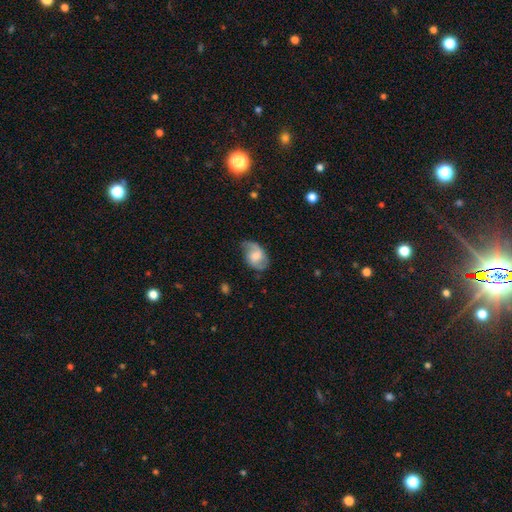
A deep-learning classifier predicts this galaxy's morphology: This is likely a featured or disk galaxy (62%). It is clearly not viewed edge-on (97%). Bar: possibly weak (46%). Spiral arm pattern: clearly yes (90%). Spiral arm count: likely 2 (77%). Spiral winding: marginally loose (43%). Central bulge: marginally moderate (44%). Merging: likely none (61%).